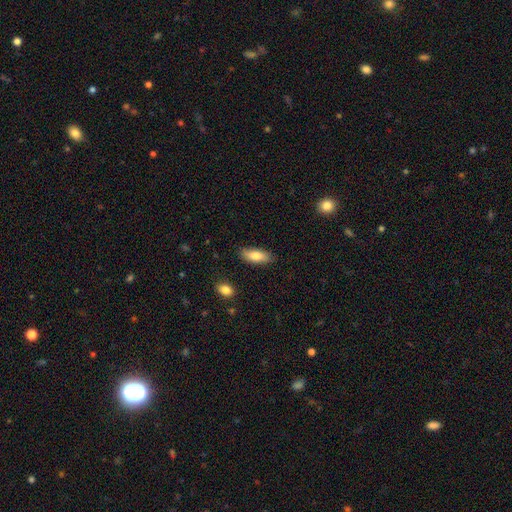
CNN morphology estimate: Overall: smooth (80%). How rounded: in between (73%). Merging: none (85%).